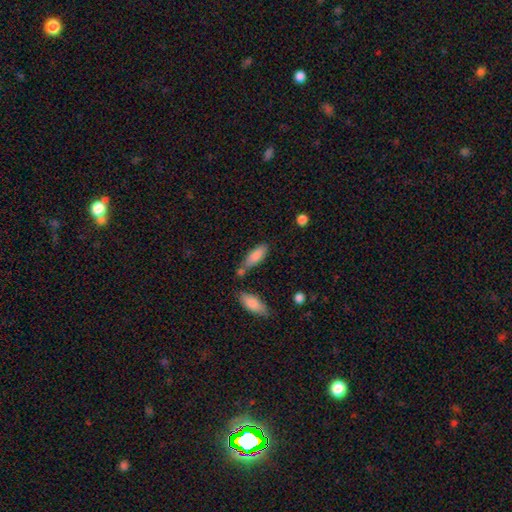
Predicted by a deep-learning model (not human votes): smooth-or-featured: smooth: 84% | featured or disk: 10% | star or artifact: 7%
  how-rounded: in between: 58% | cigar-shaped: 40% | round: 2%
  merging: none: 58% | minor disturbance: 19% | merger: 18% | major disturbance: 5%